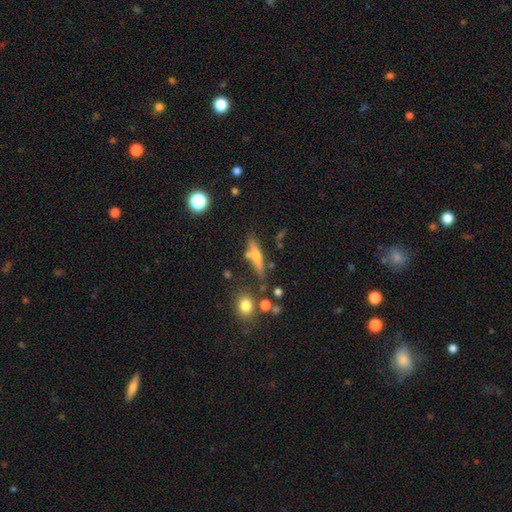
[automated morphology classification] smooth_or_featured: featured or disk (p=0.51) [alt: smooth p=0.39]
disk_edge_on: yes (p=0.89) [alt: no p=0.11]
merging: none (p=0.72) [alt: minor disturbance p=0.14]